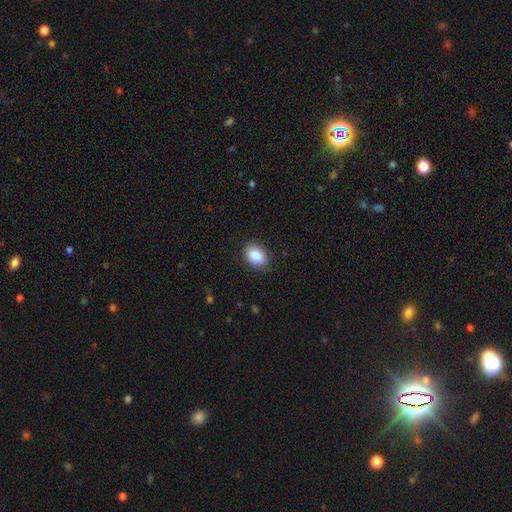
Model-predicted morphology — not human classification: This appears to be a smooth galaxy with no disk features (88%) that is in between round and cigar-shaped (69%). Merging: none (87%).